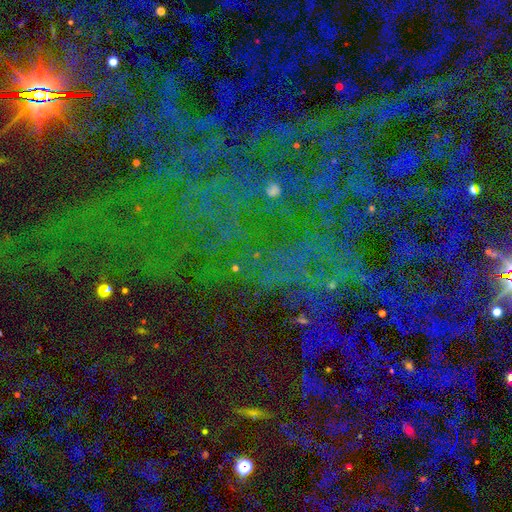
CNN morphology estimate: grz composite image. It shows a star or artifact, not a galaxy (80%).